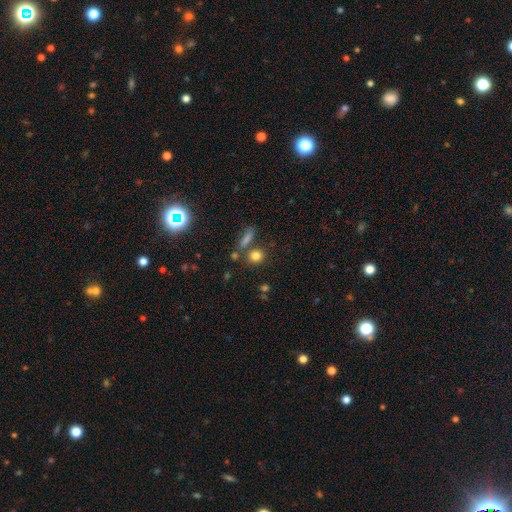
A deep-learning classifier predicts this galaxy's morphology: Smooth or featured? Predicted: smooth (p=0.78). How rounded? Predicted: round (p=0.71). Merging? Predicted: none (p=0.69).